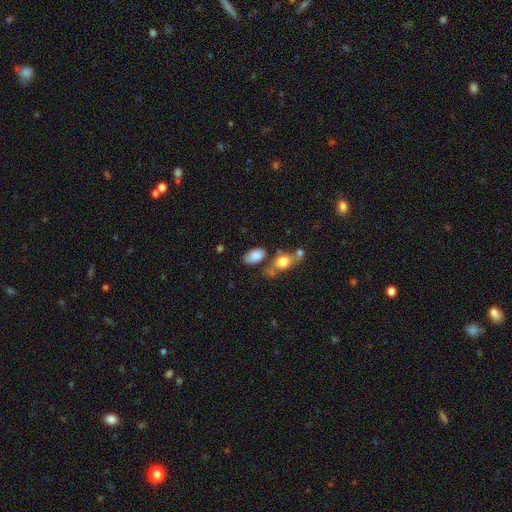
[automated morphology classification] Overall: smooth (84%). How rounded: in between (92%). Merging: none (59%).